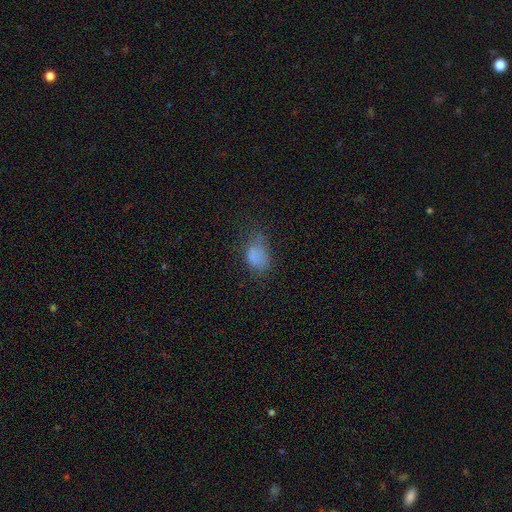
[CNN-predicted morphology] smooth-or-featured: smooth: 76% | star or artifact: 14% | featured or disk: 10%
  how-rounded: in between: 79% | round: 19% | cigar-shaped: 2%
  merging: none: 41% | minor disturbance: 31% | major disturbance: 25% | merger: 3%